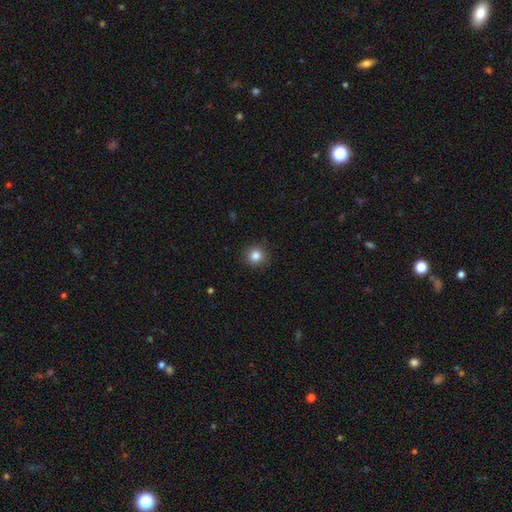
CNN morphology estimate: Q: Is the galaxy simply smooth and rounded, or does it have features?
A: smooth — 83%.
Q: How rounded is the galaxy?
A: round — 94%.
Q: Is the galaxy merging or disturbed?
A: none — 91%.